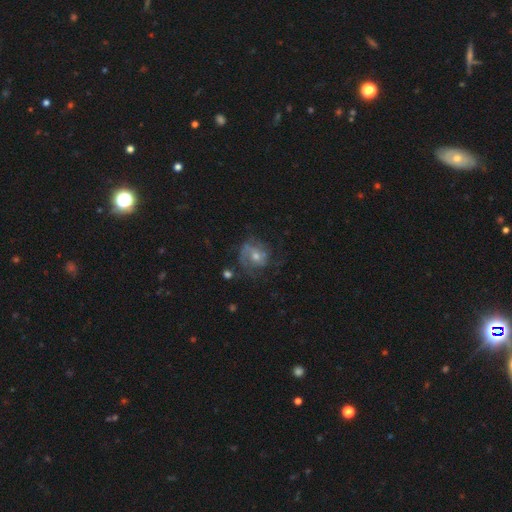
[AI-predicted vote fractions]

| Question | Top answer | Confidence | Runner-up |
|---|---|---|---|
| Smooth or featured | featured or disk | 63% | smooth (27%) |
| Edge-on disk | no | 97% | yes (3%) |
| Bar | no | 67% | weak (28%) |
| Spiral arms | yes | 74% | no (26%) |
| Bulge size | moderate | 50% | small (44%) |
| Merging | none | 50% | minor disturbance (24%) |